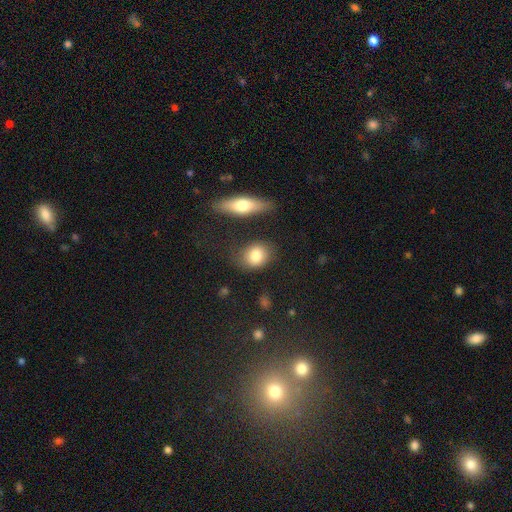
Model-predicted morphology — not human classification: The model was most divided on "how rounded": in between: 51%, round: 47%, cigar-shaped: 3%. More confident: smooth or featured — smooth (82%); merging — none (76%).